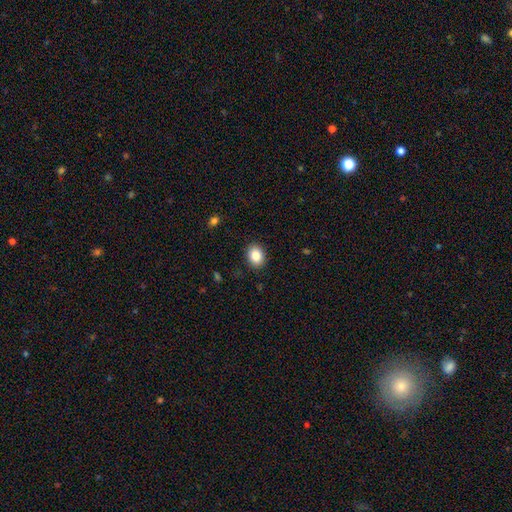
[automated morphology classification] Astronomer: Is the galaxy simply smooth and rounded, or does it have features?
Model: smooth — 86%.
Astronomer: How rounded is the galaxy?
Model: in between — 63%.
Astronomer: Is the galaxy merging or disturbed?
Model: none — 89%.